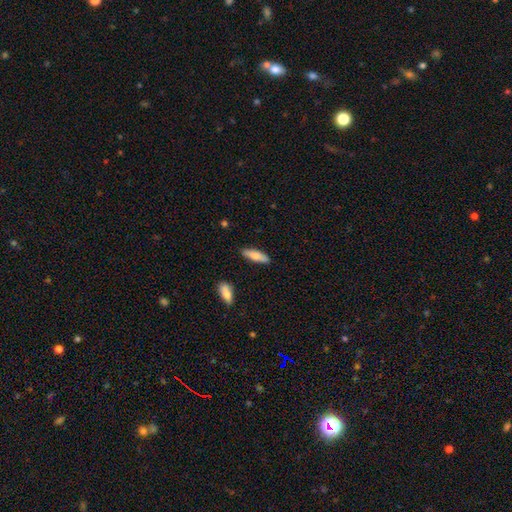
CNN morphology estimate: smooth-or-featured: smooth: 76% | featured or disk: 18% | star or artifact: 6%
  how-rounded: cigar-shaped: 54% | in between: 44% | round: 2%
  merging: none: 86% | minor disturbance: 10% | merger: 2% | major disturbance: 2%